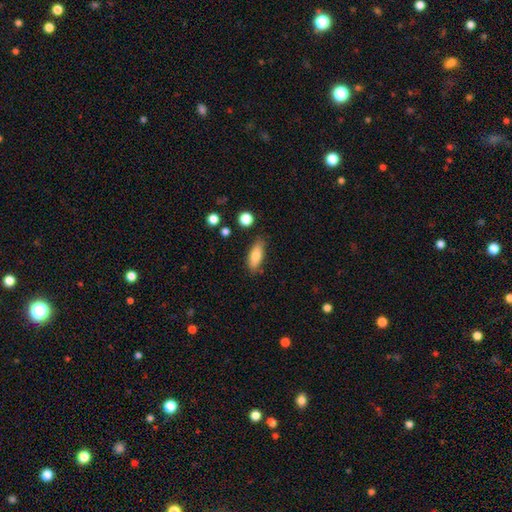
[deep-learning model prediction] smooth-or-featured: smooth: 79% | featured or disk: 14% | star or artifact: 7%
  how-rounded: in between: 72% | cigar-shaped: 25% | round: 3%
  merging: none: 79% | minor disturbance: 15% | major disturbance: 3% | merger: 3%